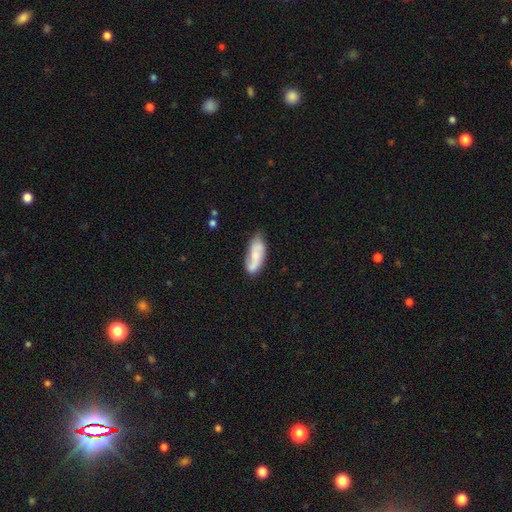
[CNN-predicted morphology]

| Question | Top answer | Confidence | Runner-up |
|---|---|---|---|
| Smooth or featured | smooth | 56% | featured or disk (37%) |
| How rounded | in between | 74% | cigar-shaped (24%) |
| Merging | none | 56% | minor disturbance (29%) |